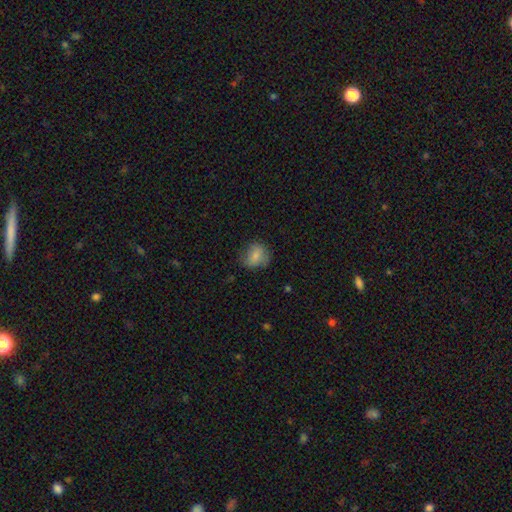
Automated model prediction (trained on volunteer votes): Smooth or featured?
  - smooth: 78% *
  - featured or disk: 13%
  - star or artifact: 9%
How rounded?
  - round: 63% *
  - in between: 36%
  - cigar-shaped: 1%
Merging?
  - none: 67% *
  - minor disturbance: 24%
  - major disturbance: 8%
  - merger: 1%